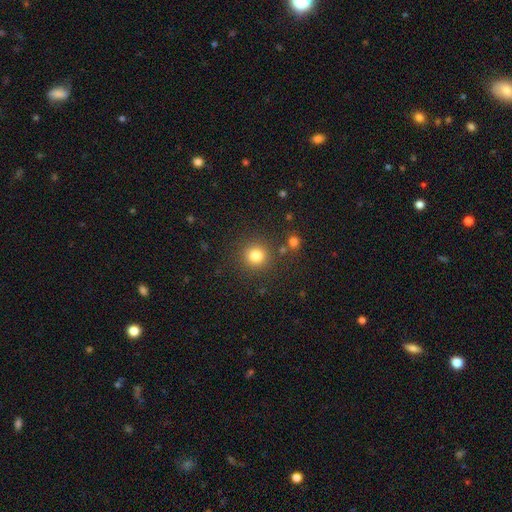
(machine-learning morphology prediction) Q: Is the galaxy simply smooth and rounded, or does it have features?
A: smooth — 82%.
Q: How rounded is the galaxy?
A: round — 92%.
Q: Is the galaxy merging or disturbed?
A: none — 85%.